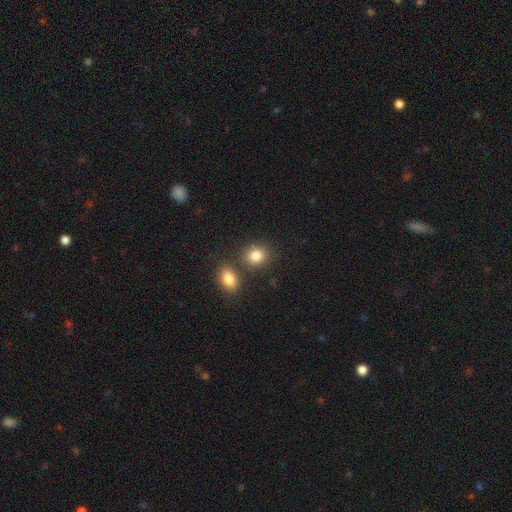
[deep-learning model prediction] Smooth or featured? Predicted: smooth (p=0.83). How rounded? Predicted: round (p=0.67). Merging? Predicted: none (p=0.71).